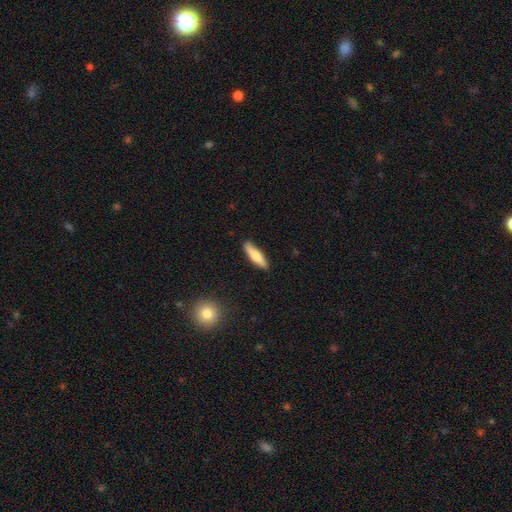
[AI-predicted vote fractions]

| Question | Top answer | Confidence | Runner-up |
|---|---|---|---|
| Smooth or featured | smooth | 68% | featured or disk (26%) |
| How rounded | cigar-shaped | 75% | in between (23%) |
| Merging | none | 85% | minor disturbance (11%) |